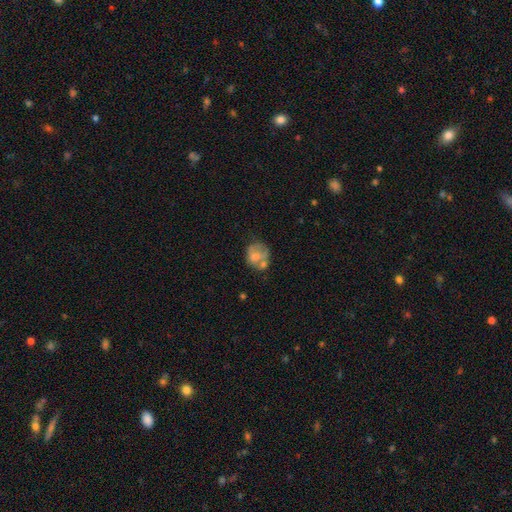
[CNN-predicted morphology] This appears to be a smooth galaxy with no disk features (53%) that is round (62%). Merging: none (33%).